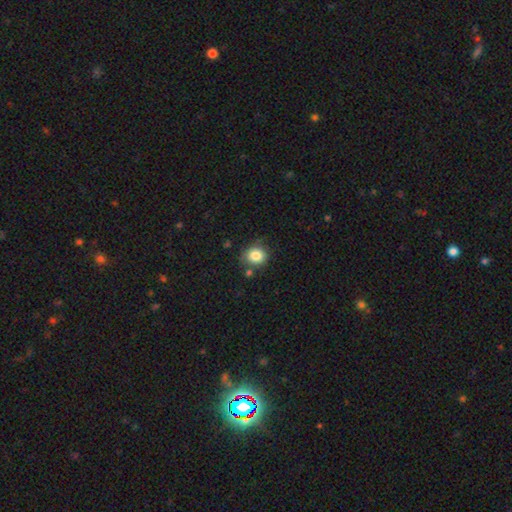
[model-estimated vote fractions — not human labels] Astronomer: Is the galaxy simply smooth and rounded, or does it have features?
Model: smooth — 84%.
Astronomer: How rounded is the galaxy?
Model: round — 78%.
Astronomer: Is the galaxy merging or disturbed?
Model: none — 74%.